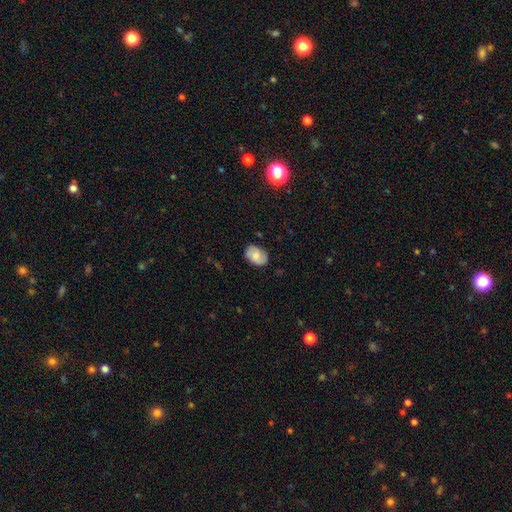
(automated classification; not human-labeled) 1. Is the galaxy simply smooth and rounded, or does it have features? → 67% smooth, 25% featured or disk, 8% star or artifact.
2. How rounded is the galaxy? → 81% in between, 18% round, 1% cigar-shaped.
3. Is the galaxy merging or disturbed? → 79% none, 17% minor disturbance, 3% major disturbance, 1% merger.